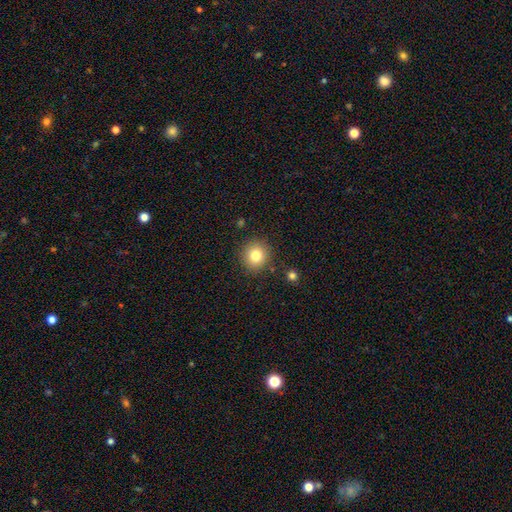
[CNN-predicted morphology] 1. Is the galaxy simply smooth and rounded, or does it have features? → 81% smooth, 11% star or artifact, 8% featured or disk.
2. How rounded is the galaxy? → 92% round, 8% in between, 1% cigar-shaped.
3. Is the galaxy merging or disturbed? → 88% none, 7% minor disturbance, 2% merger, 2% major disturbance.